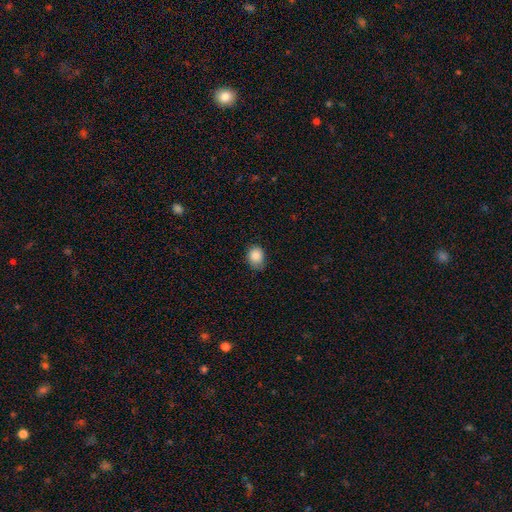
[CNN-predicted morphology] A smooth galaxy with no disk features (87%) that is round (59%). Merging: none (68%).